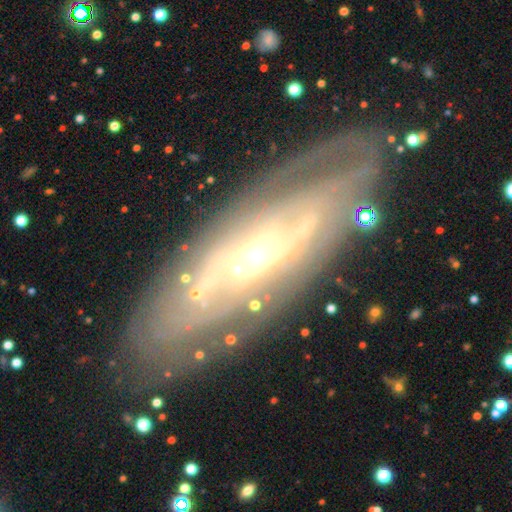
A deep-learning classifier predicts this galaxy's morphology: Overall: featured or disk (81%). Edge-on disk: no (75%). Bar: no (60%; weak 26%). Spiral arms: yes (78%). Bulge size: small (47%; moderate 44%). Merging: none (79%).